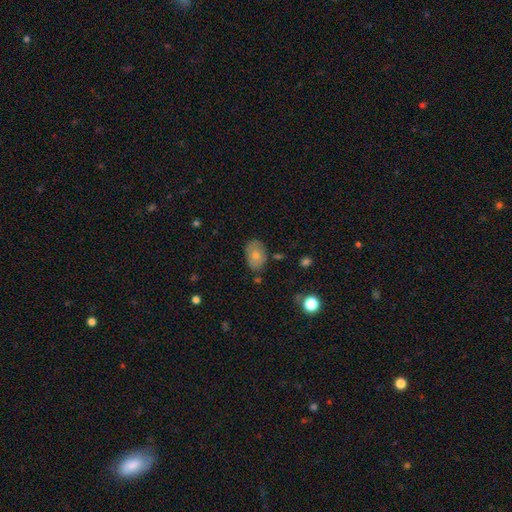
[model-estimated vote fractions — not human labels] This is likely a smooth galaxy (74%). How rounded: clearly in between (80%). Merging: likely none (73%).